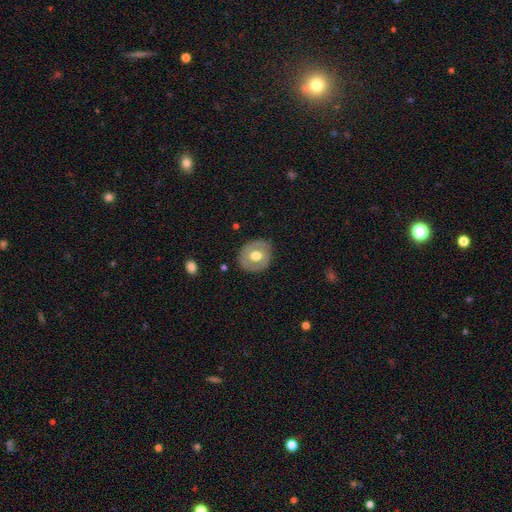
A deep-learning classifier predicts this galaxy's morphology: smooth-or-featured: smooth: 52% | featured or disk: 42% | star or artifact: 6%
  how-rounded: round: 76% | in between: 23% | cigar-shaped: 1%
  merging: none: 85% | minor disturbance: 11% | major disturbance: 3% | merger: 1%